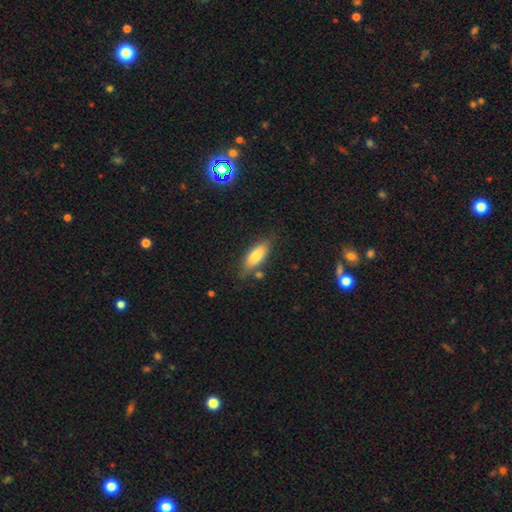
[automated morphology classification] A smooth galaxy with no disk features (77%) that is in between round and cigar-shaped (71%).

Vote fractions:
- Smooth or featured? smooth: 77% / featured or disk: 15% / star or artifact: 7%
- How rounded? in between: 71% / cigar-shaped: 27% / round: 2%
- Merging? none: 76% / minor disturbance: 16% / merger: 4% / major disturbance: 4%